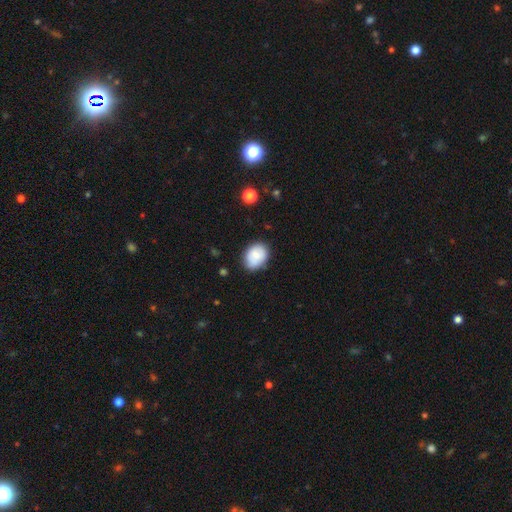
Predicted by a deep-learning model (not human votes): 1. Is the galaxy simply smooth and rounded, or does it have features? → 79% smooth, 13% featured or disk, 7% star or artifact.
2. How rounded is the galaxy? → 65% in between, 34% round, 1% cigar-shaped.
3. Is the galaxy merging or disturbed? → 76% none, 18% minor disturbance, 3% major disturbance, 3% merger.